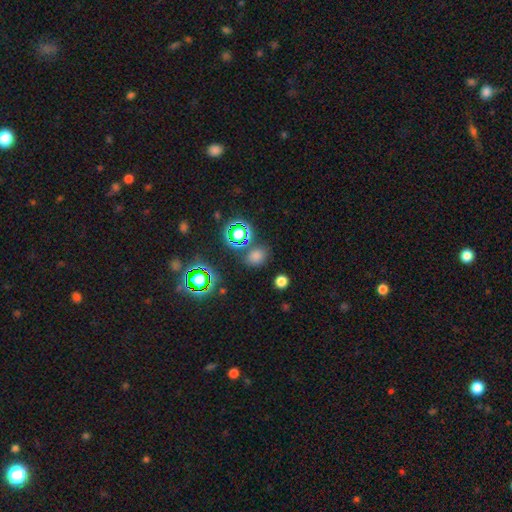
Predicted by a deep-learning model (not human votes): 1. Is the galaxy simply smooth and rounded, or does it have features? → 68% smooth, 27% star or artifact, 5% featured or disk.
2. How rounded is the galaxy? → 60% round, 39% in between, 1% cigar-shaped.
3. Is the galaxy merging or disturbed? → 78% none, 11% minor disturbance, 7% merger, 4% major disturbance.